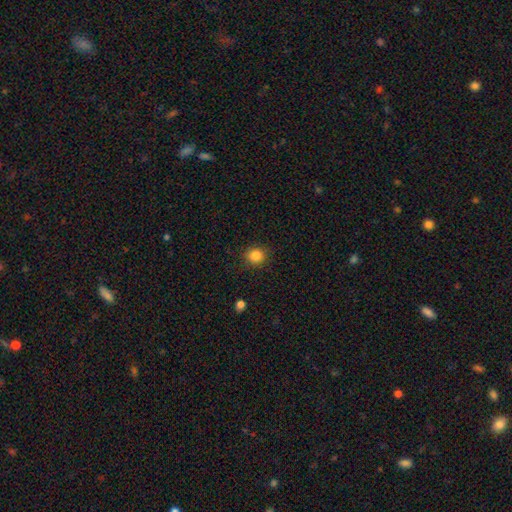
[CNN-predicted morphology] type=smooth (85%); roundness=round (85%); merging=none (88%).